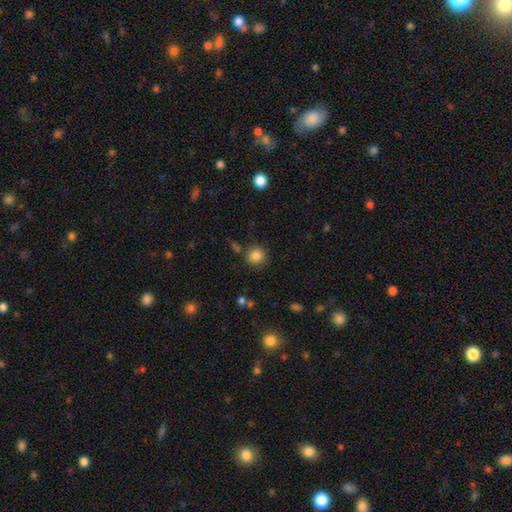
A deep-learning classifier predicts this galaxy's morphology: smooth 84%, star or artifact 11%, featured or disk 5%. Down the decision tree: how rounded — round (91%); merging — none (82%).